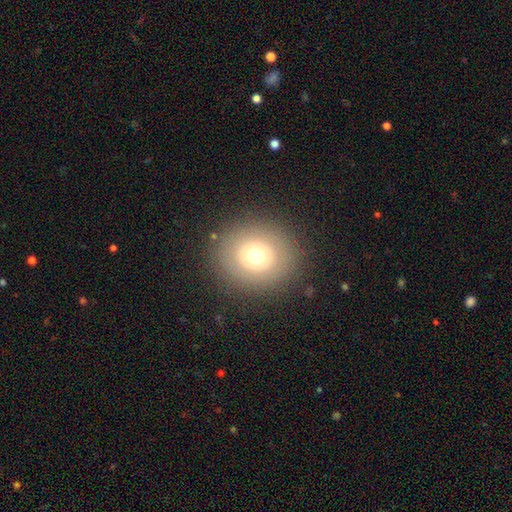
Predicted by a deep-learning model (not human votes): Smooth or featured? smooth (67%)
How rounded? round (83%)
Merging? none (88%)